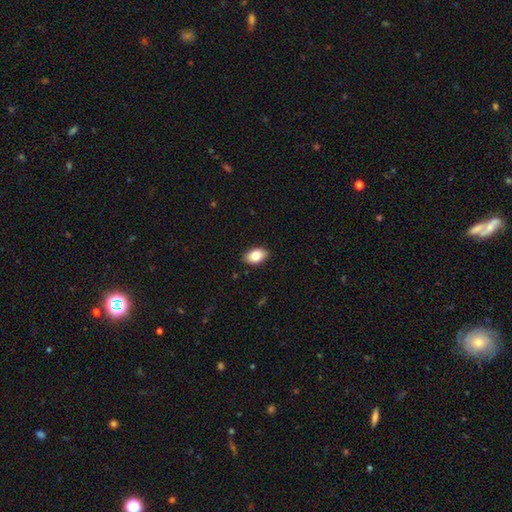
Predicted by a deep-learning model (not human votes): The model was most divided on "smooth or featured": smooth: 83%, featured or disk: 10%, star or artifact: 7%. More confident: how rounded — in between (90%); merging — none (88%).